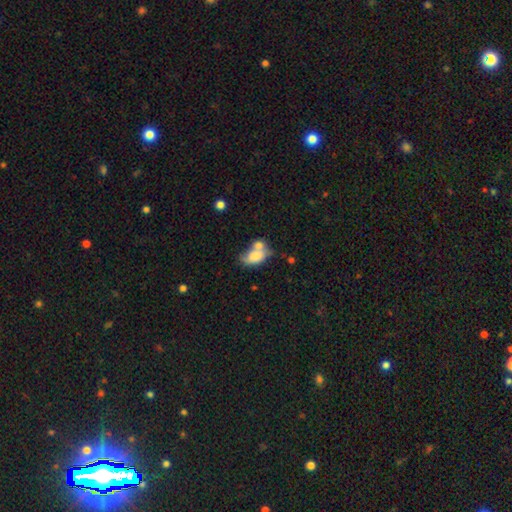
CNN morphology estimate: The model was most divided on "merging": merger: 51%, none: 24%, minor disturbance: 16%, major disturbance: 9%. More confident: how rounded — in between (88%); smooth or featured — smooth (71%).